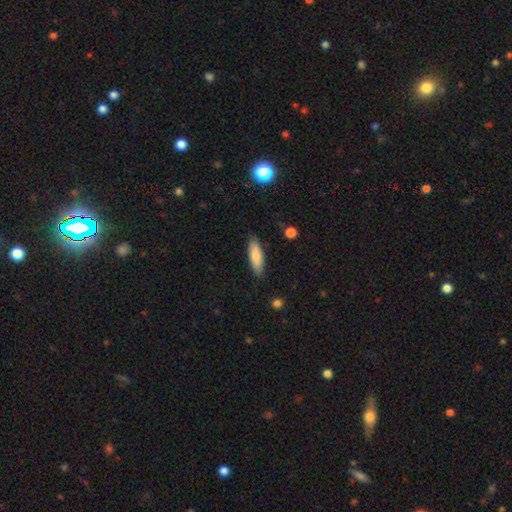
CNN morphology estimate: smooth-or-featured: smooth: 80% | featured or disk: 14% | star or artifact: 6%
  how-rounded: in between: 51% | cigar-shaped: 48% | round: 2%
  merging: none: 86% | minor disturbance: 11% | major disturbance: 2% | merger: 1%